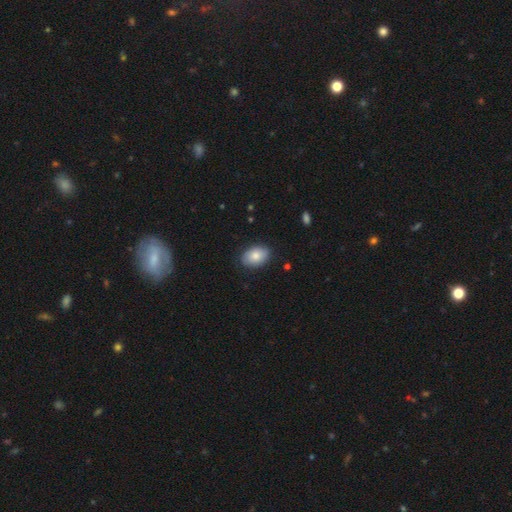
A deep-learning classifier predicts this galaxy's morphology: Q: Smooth or featured?
A: smooth (84%); runner-up: featured or disk (10%)
Q: How rounded?
A: in between (83%); runner-up: round (16%)
Q: Merging?
A: none (85%); runner-up: minor disturbance (11%)